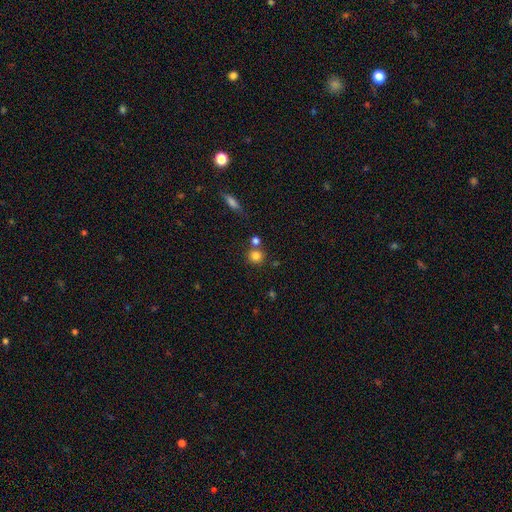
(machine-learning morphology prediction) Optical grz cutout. It shows a smooth galaxy with no disk features (81%) that is round (90%). Merging: none (67%).